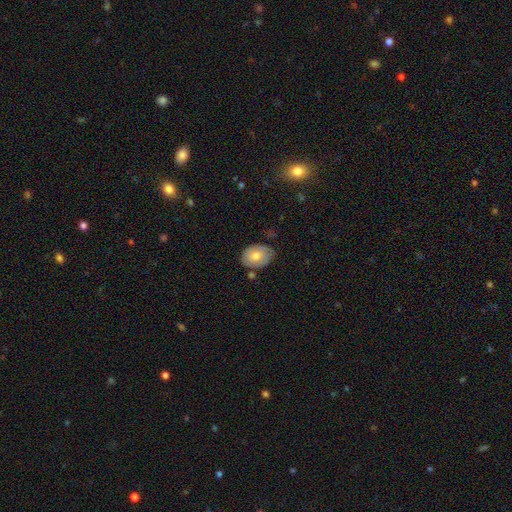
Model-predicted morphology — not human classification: smooth-or-featured: smooth: 63% | featured or disk: 30% | star or artifact: 7%
  how-rounded: in between: 79% | round: 20% | cigar-shaped: 1%
  merging: none: 68% | minor disturbance: 23% | merger: 4% | major disturbance: 4%